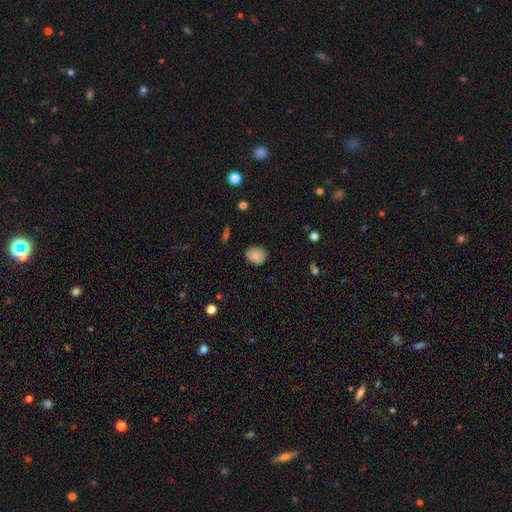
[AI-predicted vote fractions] The model was most divided on "how rounded": round: 75%, in between: 24%, cigar-shaped: 1%. More confident: smooth or featured — smooth (85%); merging — none (80%).